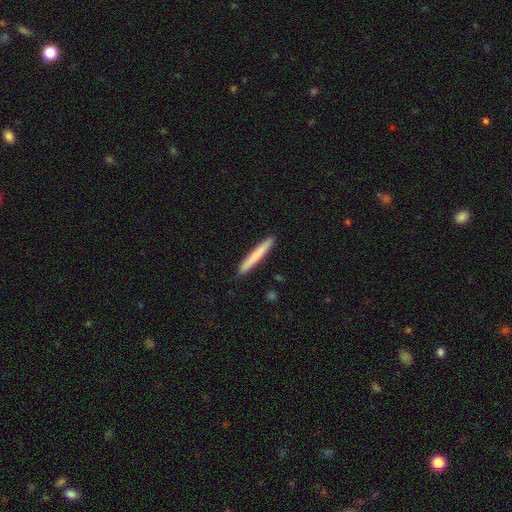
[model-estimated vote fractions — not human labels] Overall: smooth (75%). How rounded: cigar-shaped (97%). Merging: none (91%).